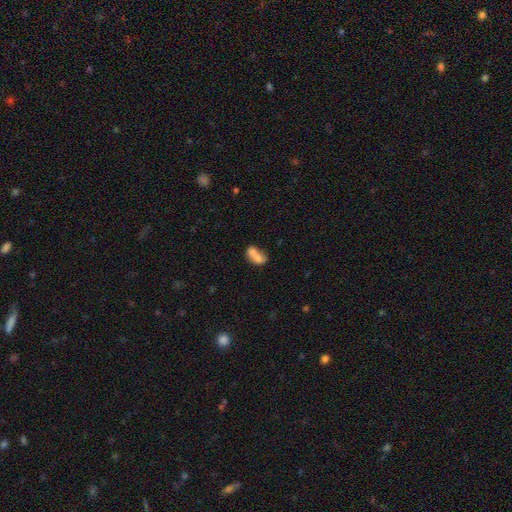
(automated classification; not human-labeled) Smooth or featured: smooth — 68% (featured or disk — 23%)
How rounded: in between — 77% (round — 19%)
Merging: merger — 65% (none — 20%)